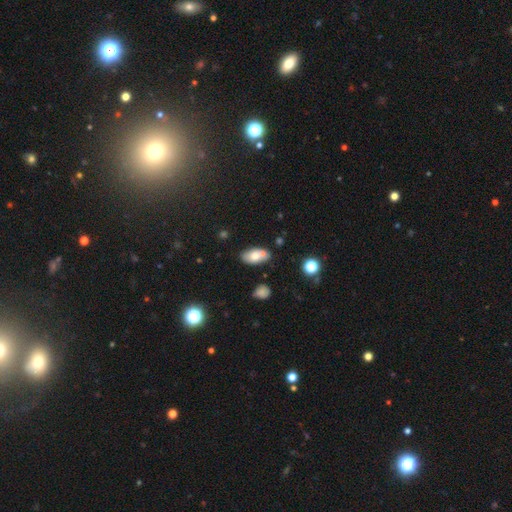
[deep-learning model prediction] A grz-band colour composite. It shows a smooth galaxy with no disk features (70%) that is in between round and cigar-shaped (90%). Merging: none (62%).